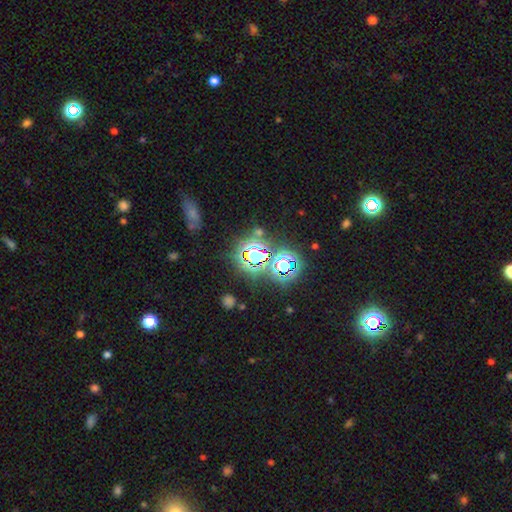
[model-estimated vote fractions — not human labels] A star or artifact, not a galaxy (76%).

Vote fractions:
- Smooth or featured? star or artifact: 76% / smooth: 15% / featured or disk: 9%